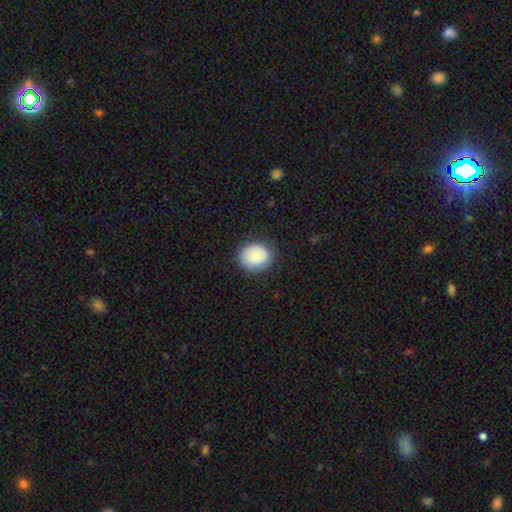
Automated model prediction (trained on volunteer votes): smooth_or_featured: smooth (p=0.80) [alt: featured or disk p=0.13]
how_rounded: round (p=0.69) [alt: in between p=0.31]
merging: none (p=0.85) [alt: minor disturbance p=0.11]